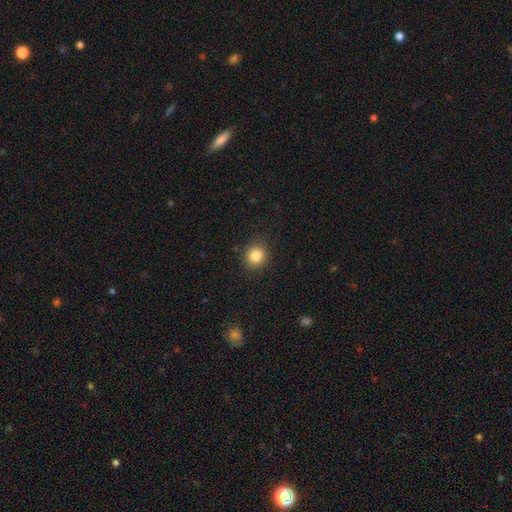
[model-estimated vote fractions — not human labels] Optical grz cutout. It shows a smooth galaxy with no disk features (83%) that is round (88%). Merging: none (90%).